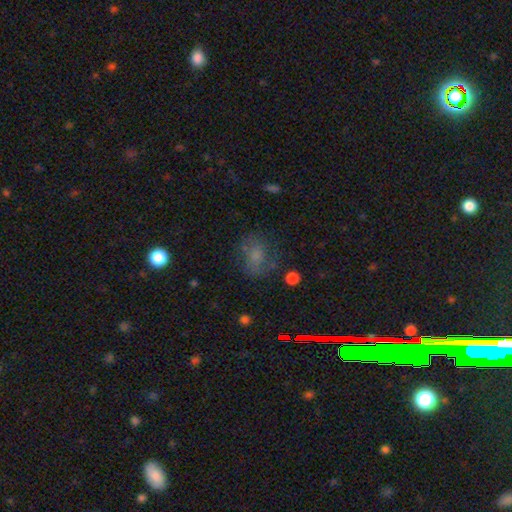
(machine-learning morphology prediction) smooth-or-featured: smooth: 56% | featured or disk: 26% | star or artifact: 18%
  how-rounded: in between: 55% | round: 43% | cigar-shaped: 2%
  merging: none: 58% | minor disturbance: 22% | major disturbance: 17% | merger: 3%